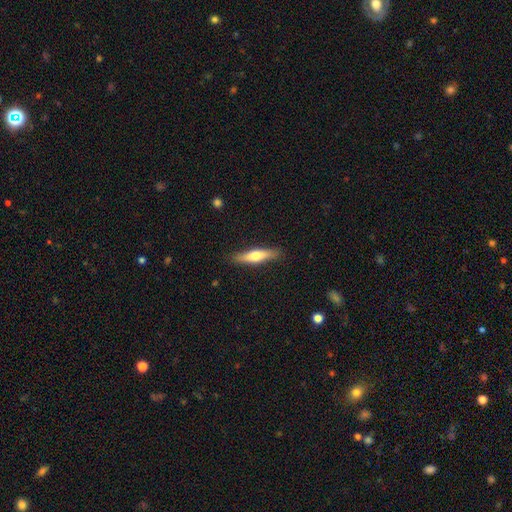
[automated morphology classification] The model was most divided on "smooth or featured": smooth: 54%, featured or disk: 40%, star or artifact: 6%. More confident: merging — none (87%); how rounded — cigar-shaped (77%).